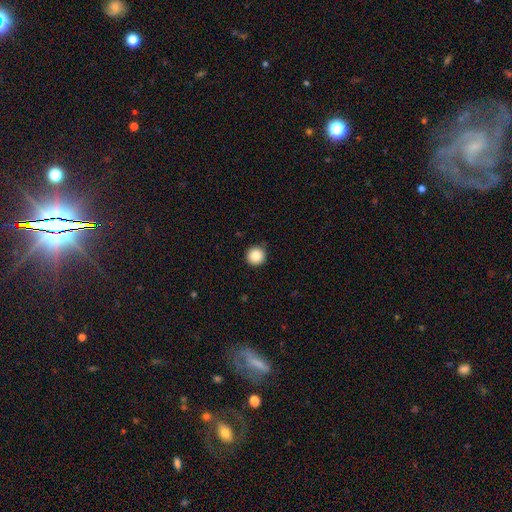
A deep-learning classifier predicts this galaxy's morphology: Smooth or featured? Predicted: smooth (p=0.86). How rounded? Predicted: round (p=0.96). Merging? Predicted: none (p=0.92).